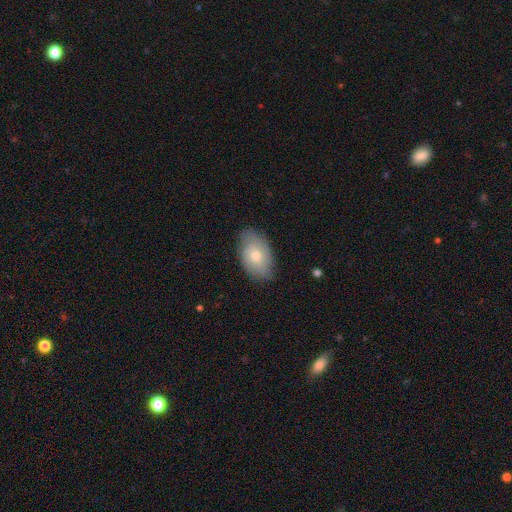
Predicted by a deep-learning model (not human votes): Overall: smooth (61%; featured or disk 32%). How rounded: in between (91%). Merging: none (77%).